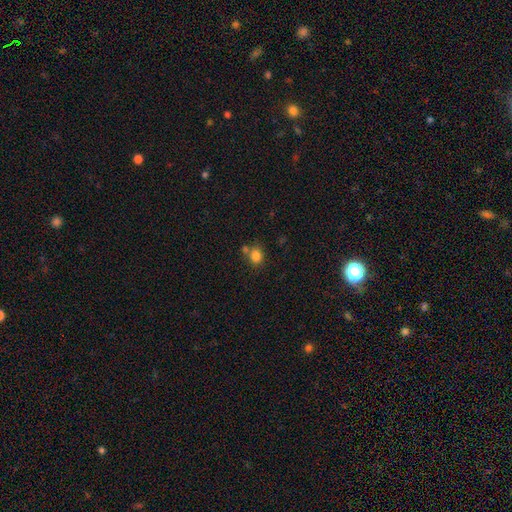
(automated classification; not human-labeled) Overall: smooth (83%). How rounded: round (53%; in between 45%). Merging: none (61%; merger 22%).